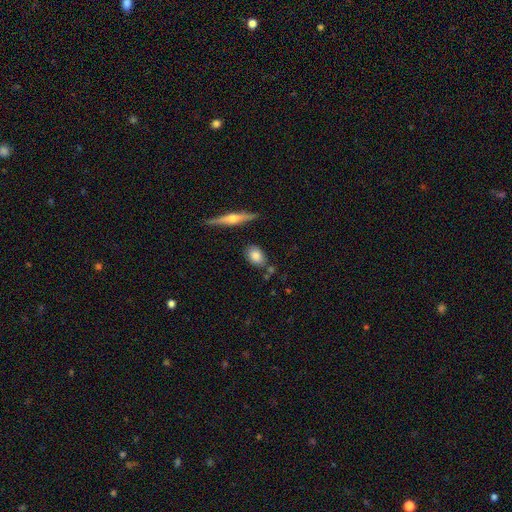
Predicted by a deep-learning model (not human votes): A smooth galaxy with no disk features (79%) that is in between round and cigar-shaped (72%).

Vote fractions:
- Smooth or featured? smooth: 79% / featured or disk: 14% / star or artifact: 7%
- How rounded? in between: 72% / round: 22% / cigar-shaped: 5%
- Merging? none: 74% / minor disturbance: 15% / merger: 7% / major disturbance: 4%